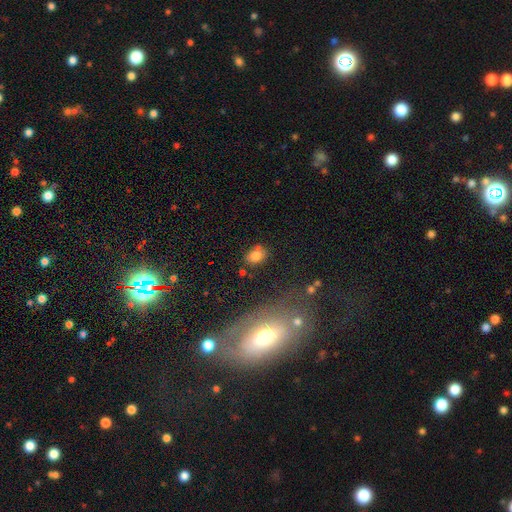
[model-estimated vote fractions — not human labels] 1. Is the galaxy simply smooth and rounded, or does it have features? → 80% smooth, 12% star or artifact, 8% featured or disk.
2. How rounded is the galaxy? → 73% in between, 25% round, 2% cigar-shaped.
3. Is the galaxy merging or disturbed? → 67% none, 20% minor disturbance, 7% merger, 5% major disturbance.